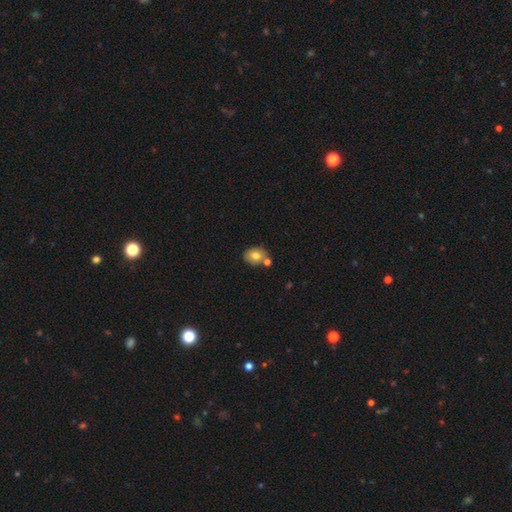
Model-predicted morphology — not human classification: A smooth galaxy with no disk features (75%) that is round (51%).

Vote fractions:
- Smooth or featured? smooth: 75% / featured or disk: 15% / star or artifact: 10%
- How rounded? round: 51% / in between: 48% / cigar-shaped: 1%
- Merging? none: 60% / merger: 23% / minor disturbance: 14% / major disturbance: 3%